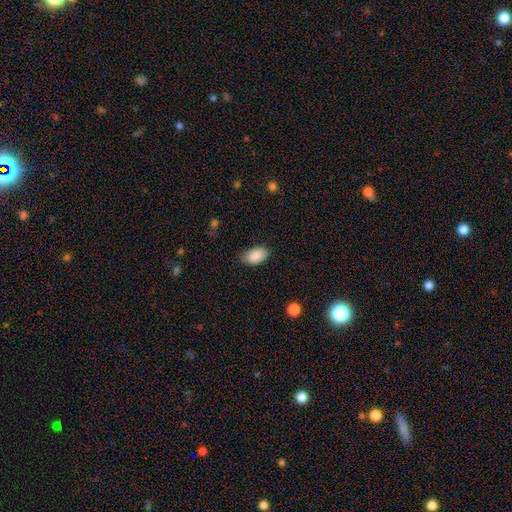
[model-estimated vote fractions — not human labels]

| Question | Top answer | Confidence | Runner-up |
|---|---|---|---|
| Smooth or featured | smooth | 89% | star or artifact (7%) |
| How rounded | in between | 93% | round (5%) |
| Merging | none | 77% | minor disturbance (18%) |